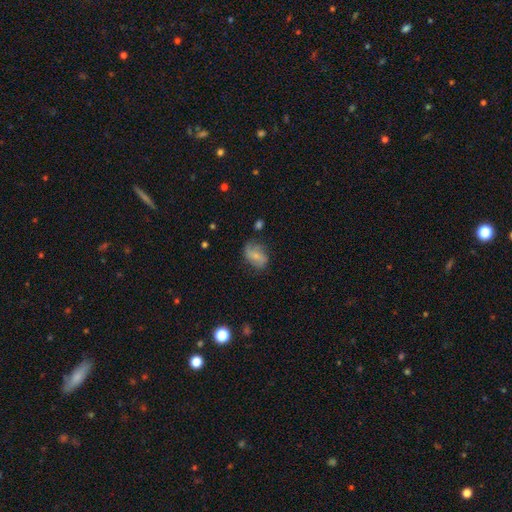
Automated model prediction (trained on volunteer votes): Morphology: type=featured or disk (47%); merging=none (58%).